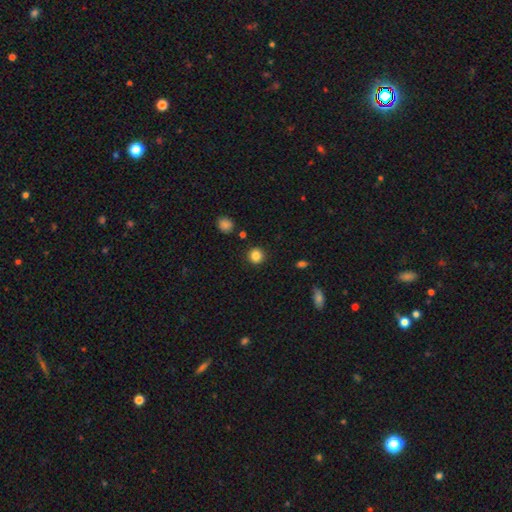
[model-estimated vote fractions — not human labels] smooth_or_featured: smooth (p=0.85) [alt: star or artifact p=0.11]
how_rounded: round (p=0.92) [alt: in between p=0.07]
merging: none (p=0.91) [alt: minor disturbance p=0.05]